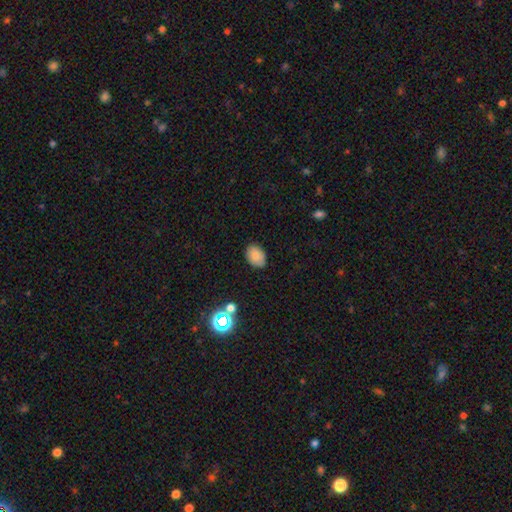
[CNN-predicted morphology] Smooth or featured: smooth — 81% (star or artifact — 10%)
How rounded: in between — 81% (round — 18%)
Merging: none — 85% (minor disturbance — 12%)